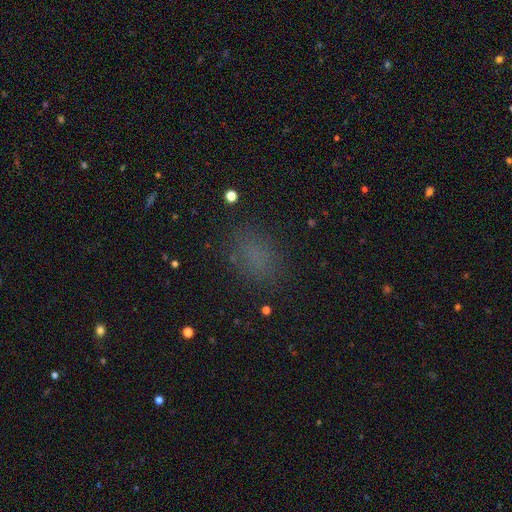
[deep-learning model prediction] This is likely a smooth galaxy (72%). How rounded: likely in between (71%). Merging: clearly none (81%).